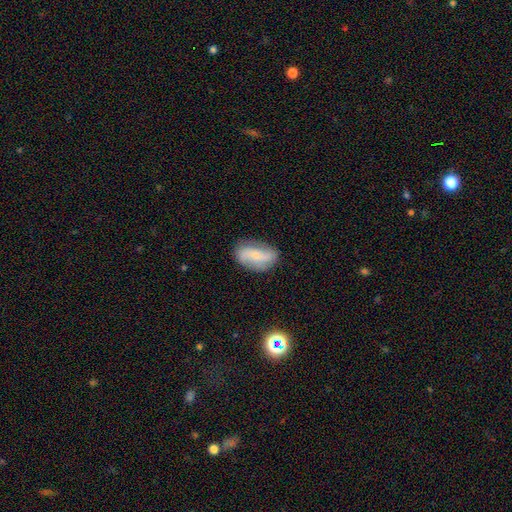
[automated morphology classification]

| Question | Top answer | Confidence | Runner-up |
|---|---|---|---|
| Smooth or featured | featured or disk | 59% | smooth (34%) |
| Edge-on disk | no | 93% | yes (7%) |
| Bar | no | 46% | weak (31%) |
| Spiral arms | yes | 85% | no (15%) |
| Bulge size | small | 66% | moderate (27%) |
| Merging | none | 77% | minor disturbance (17%) |